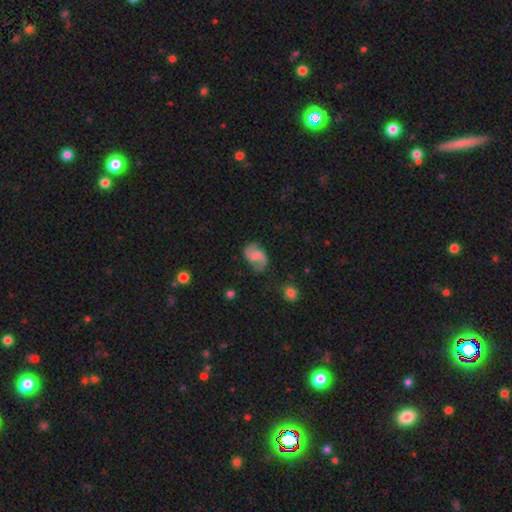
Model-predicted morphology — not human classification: featured or disk 80%, smooth 14%, star or artifact 6%. Down the decision tree: edge-on disk — no (98%); bar — weak (46%); spiral arms — yes (96%); spiral arm count — 2 (92%); spiral winding — medium (49%); bulge size — none (44%); merging — none (74%).